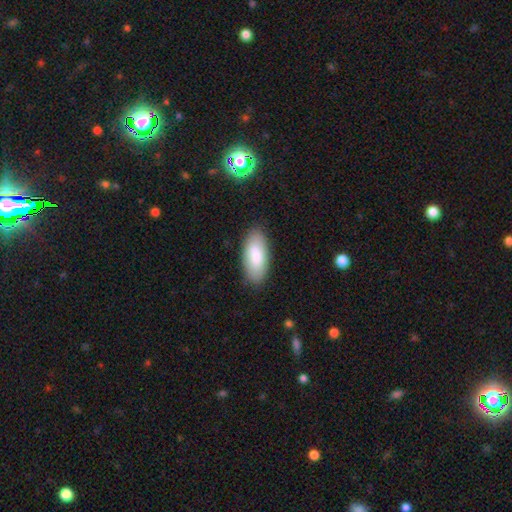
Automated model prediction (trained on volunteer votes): A smooth galaxy with no disk features (84%) that is in between round and cigar-shaped (88%).

Vote fractions:
- Smooth or featured? smooth: 84% / featured or disk: 10% / star or artifact: 6%
- How rounded? in between: 88% / cigar-shaped: 10% / round: 2%
- Merging? none: 87% / minor disturbance: 10% / major disturbance: 2% / merger: 1%